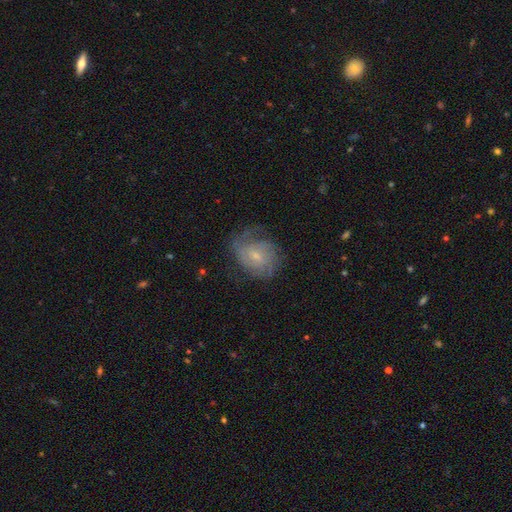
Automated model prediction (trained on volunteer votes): Smooth or featured: featured or disk — 67% (smooth — 25%)
Edge-on disk: no — 97% (yes — 3%)
Bar: no — 55% (weak — 39%)
Spiral arms: yes — 86% (no — 14%)
Spiral winding: tight — 46% (medium — 37%)
Spiral arm count: can't tell — 44% (2 — 24%)
Bulge size: small — 68% (moderate — 24%)
Merging: none — 58% (minor disturbance — 23%)